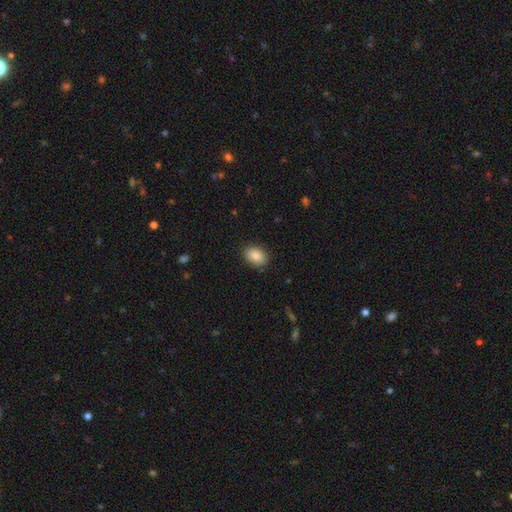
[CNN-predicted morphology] Smooth or featured? smooth (86%)
How rounded? in between (76%)
Merging? none (87%)